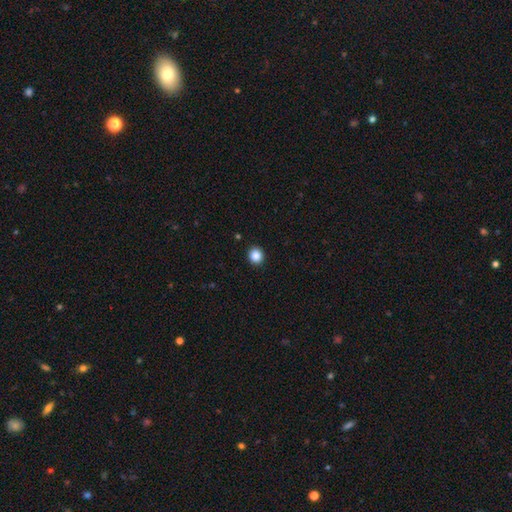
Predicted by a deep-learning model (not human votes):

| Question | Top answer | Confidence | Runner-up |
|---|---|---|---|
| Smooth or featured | smooth | 86% | star or artifact (10%) |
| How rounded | round | 87% | in between (12%) |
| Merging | none | 93% | minor disturbance (4%) |